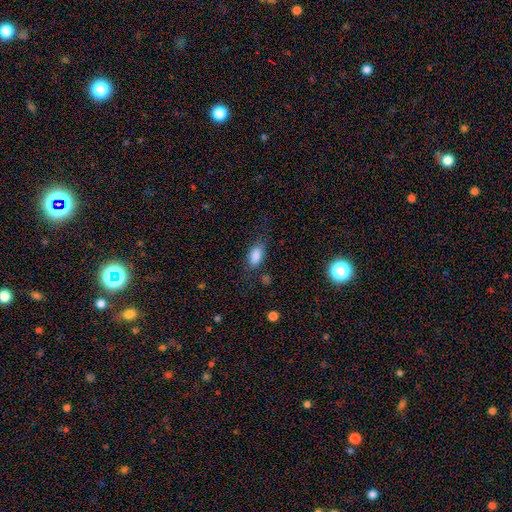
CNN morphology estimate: Q: Smooth or featured?
A: smooth (84%); runner-up: star or artifact (9%)
Q: How rounded?
A: in between (88%); runner-up: cigar-shaped (7%)
Q: Merging?
A: none (69%); runner-up: minor disturbance (19%)